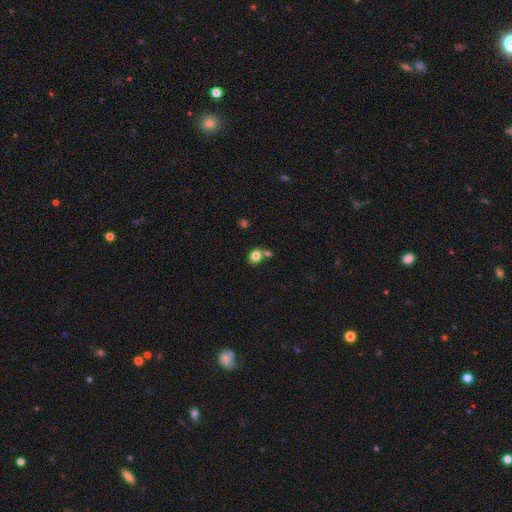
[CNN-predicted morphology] Q: Smooth or featured?
A: smooth (82%); runner-up: star or artifact (11%)
Q: How rounded?
A: round (73%); runner-up: in between (26%)
Q: Merging?
A: none (60%); runner-up: merger (25%)